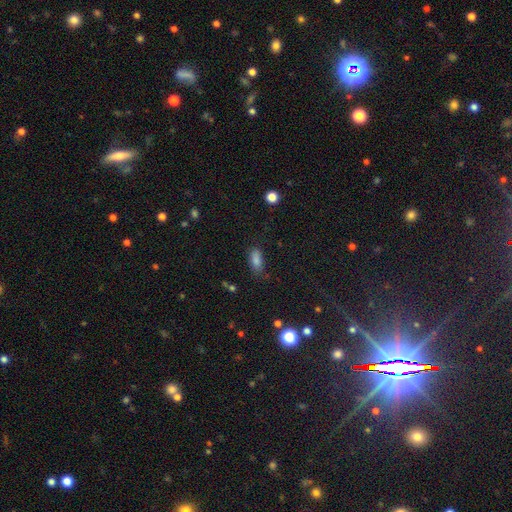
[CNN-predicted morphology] Smooth or featured? Predicted: smooth (p=0.71). How rounded? Predicted: in between (p=0.79). Merging? Predicted: none (p=0.72).